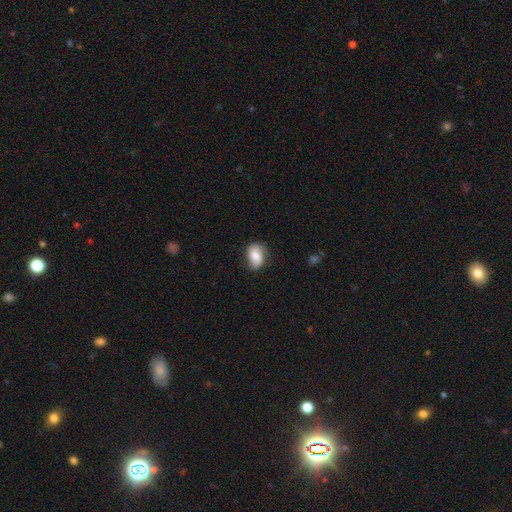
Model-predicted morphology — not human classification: Smooth or featured?
  - smooth: 69% *
  - featured or disk: 23%
  - star or artifact: 8%
How rounded?
  - in between: 79% *
  - round: 19%
  - cigar-shaped: 1%
Merging?
  - none: 65% *
  - minor disturbance: 27%
  - major disturbance: 6%
  - merger: 1%